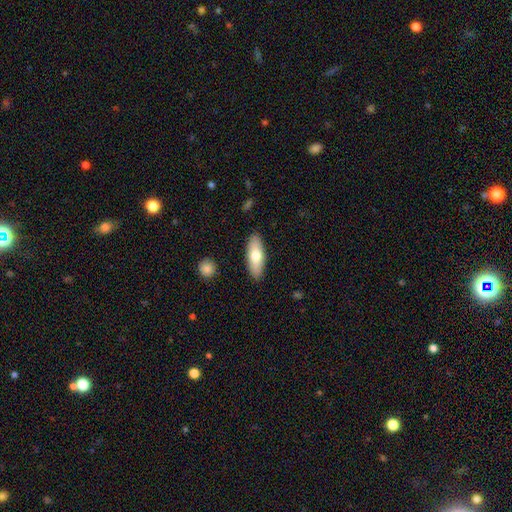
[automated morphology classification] smooth 70%, featured or disk 24%, star or artifact 6%. Down the decision tree: how rounded — in between (70%); merging — none (88%).